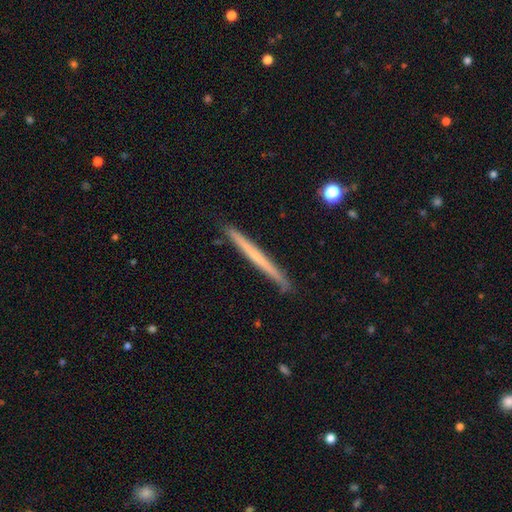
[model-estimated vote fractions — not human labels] A featured or disk galaxy (48%). Merging: none (91%).